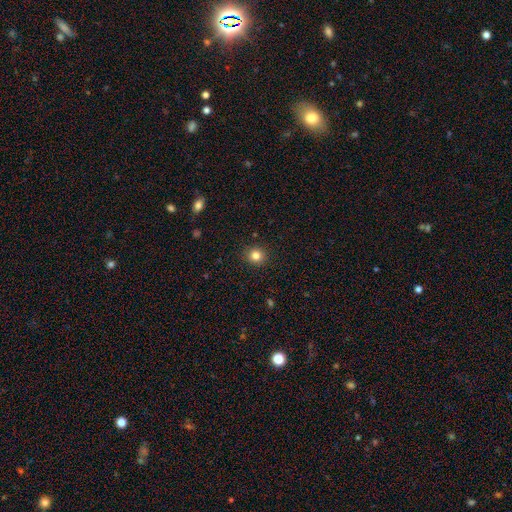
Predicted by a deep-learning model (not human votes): Smooth or featured? smooth (82%)
How rounded? round (87%)
Merging? none (91%)